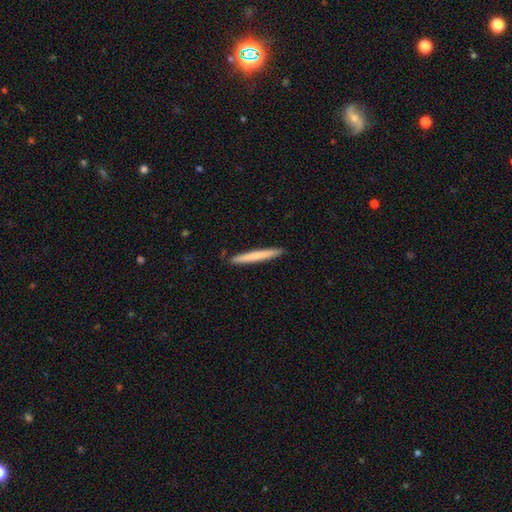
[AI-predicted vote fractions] A smooth galaxy with no disk features (70%) that is cigar-shaped (97%).

Vote fractions:
- Smooth or featured? smooth: 70% / featured or disk: 25% / star or artifact: 5%
- How rounded? cigar-shaped: 97% / in between: 2% / round: 1%
- Merging? none: 92% / minor disturbance: 6% / major disturbance: 1% / merger: 1%